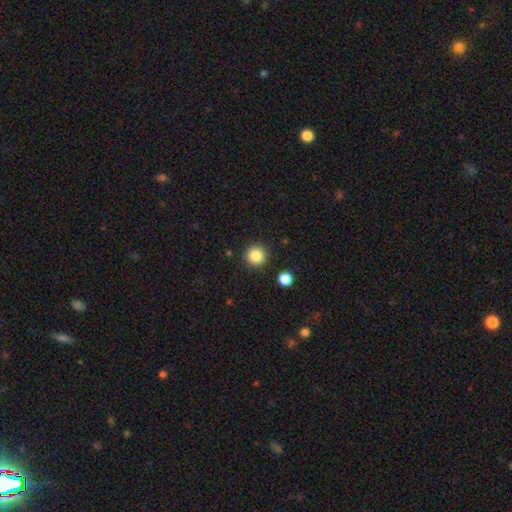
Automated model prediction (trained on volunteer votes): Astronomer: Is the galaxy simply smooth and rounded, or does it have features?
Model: smooth — 85%.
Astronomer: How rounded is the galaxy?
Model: round — 95%.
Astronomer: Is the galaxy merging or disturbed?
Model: none — 90%.